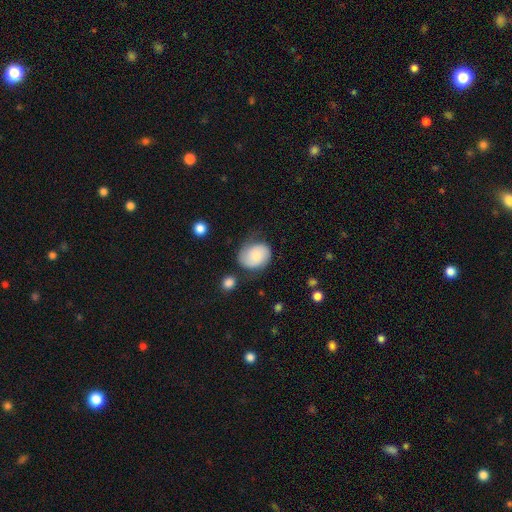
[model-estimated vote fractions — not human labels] smooth_or_featured: smooth (p=0.58) [alt: featured or disk p=0.35]
how_rounded: in between (p=0.50) [alt: round p=0.49]
merging: none (p=0.61) [alt: minor disturbance p=0.26]